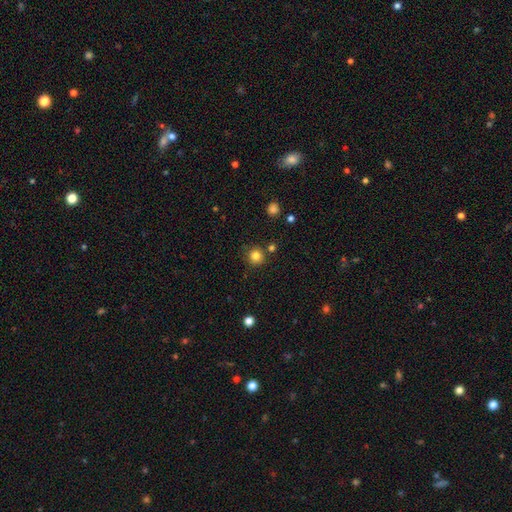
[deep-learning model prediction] Overall: smooth (81%). How rounded: round (93%). Merging: none (84%).